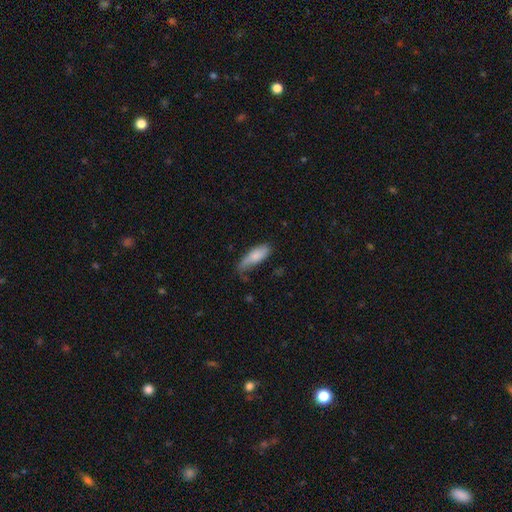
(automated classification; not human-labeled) Smooth or featured? Predicted: smooth (p=0.80). How rounded? Predicted: in between (p=0.64). Merging? Predicted: none (p=0.51).